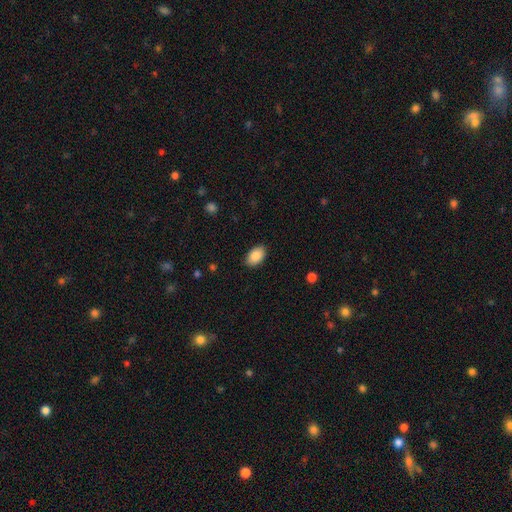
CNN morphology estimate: Smooth or featured? smooth (89%)
How rounded? in between (92%)
Merging? none (87%)